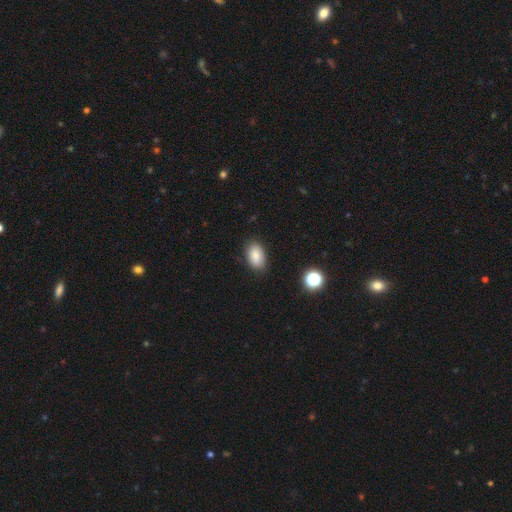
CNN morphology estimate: type=smooth (85%); roundness=in between (91%); merging=none (84%).